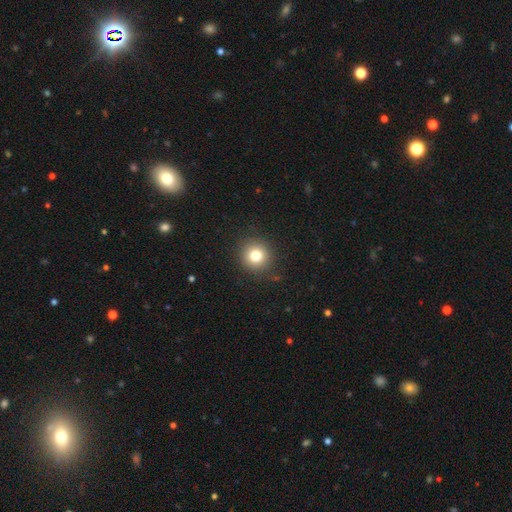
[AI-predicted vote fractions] smooth-or-featured: smooth: 78% | star or artifact: 13% | featured or disk: 9%
  how-rounded: round: 94% | in between: 5% | cigar-shaped: 1%
  merging: none: 90% | minor disturbance: 7% | major disturbance: 3% | merger: 1%